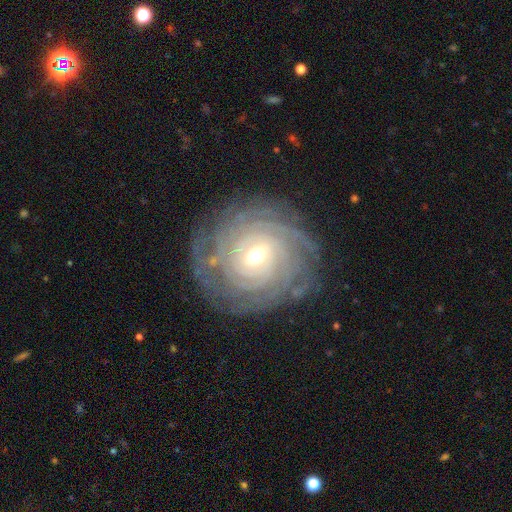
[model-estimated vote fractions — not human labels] Morphology: type=featured or disk (89%); edge-on=no (97%); bar=weak (49%); spiral arms=yes (98%); winding=tight (89%); arm count=can't tell (27%); bulge=moderate (52%); merging=none (85%).